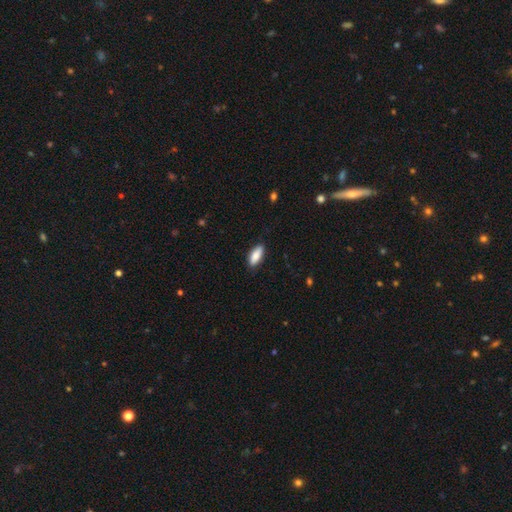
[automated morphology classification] Smooth or featured: smooth — 86% (featured or disk — 8%)
How rounded: in between — 77% (cigar-shaped — 21%)
Merging: none — 85% (minor disturbance — 12%)